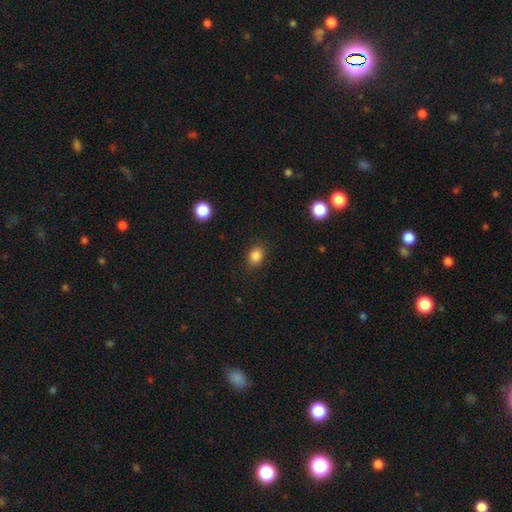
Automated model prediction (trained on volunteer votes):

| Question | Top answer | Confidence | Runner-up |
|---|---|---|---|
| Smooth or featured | smooth | 85% | star or artifact (11%) |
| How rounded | round | 53% | in between (46%) |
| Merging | none | 85% | minor disturbance (11%) |